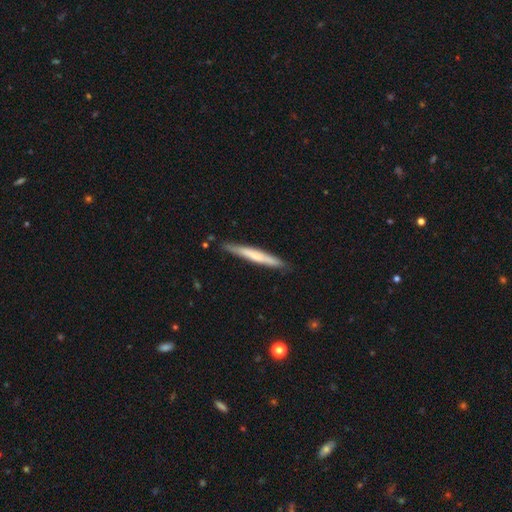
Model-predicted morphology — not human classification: Q: Smooth or featured?
A: smooth (56%); runner-up: featured or disk (39%)
Q: How rounded?
A: cigar-shaped (96%); runner-up: in between (3%)
Q: Merging?
A: none (86%); runner-up: minor disturbance (11%)